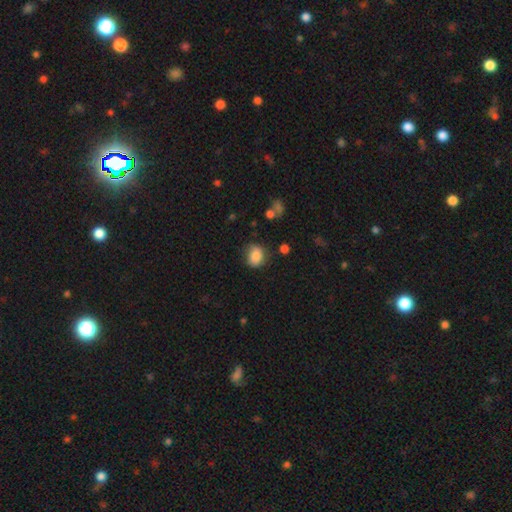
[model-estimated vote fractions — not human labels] The model was most divided on "how rounded": round: 54%, in between: 45%, cigar-shaped: 1%. More confident: smooth or featured — smooth (86%); merging — none (72%).